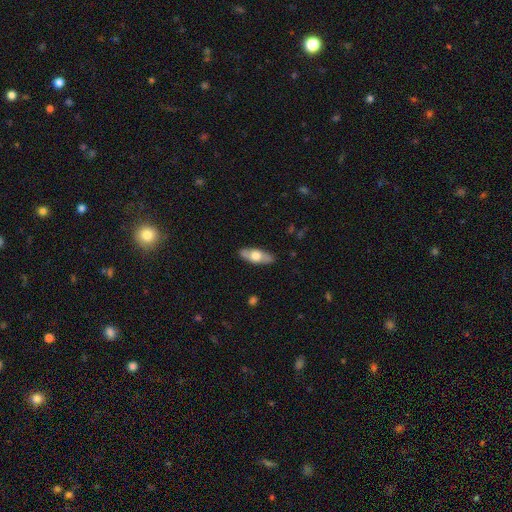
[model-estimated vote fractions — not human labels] A smooth galaxy with no disk features (55%) that is in between round and cigar-shaped (74%).

Vote fractions:
- Smooth or featured? smooth: 55% / featured or disk: 40% / star or artifact: 5%
- How rounded? in between: 74% / cigar-shaped: 23% / round: 3%
- Merging? none: 87% / minor disturbance: 10% / major disturbance: 2% / merger: 1%